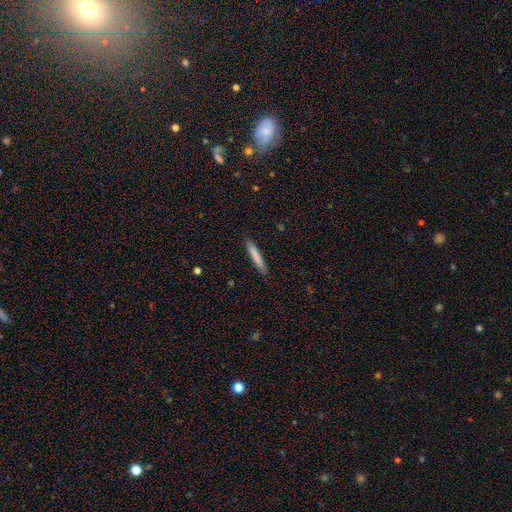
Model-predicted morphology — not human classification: Smooth or featured? Predicted: smooth (p=0.79). How rounded? Predicted: cigar-shaped (p=0.95). Merging? Predicted: none (p=0.89).